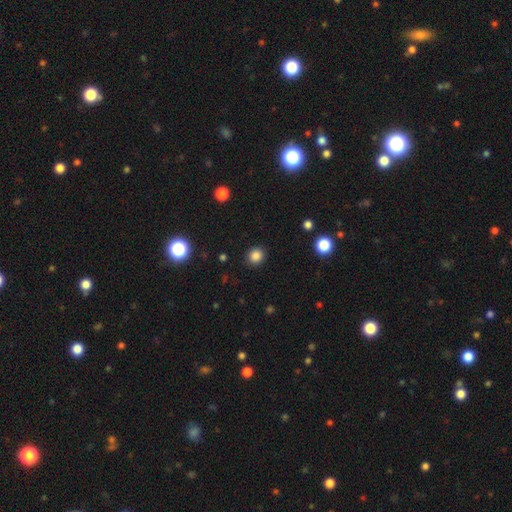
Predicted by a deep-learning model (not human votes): smooth_or_featured: smooth (p=0.85) [alt: star or artifact p=0.12]
how_rounded: round (p=0.82) [alt: in between p=0.17]
merging: none (p=0.90) [alt: minor disturbance p=0.06]